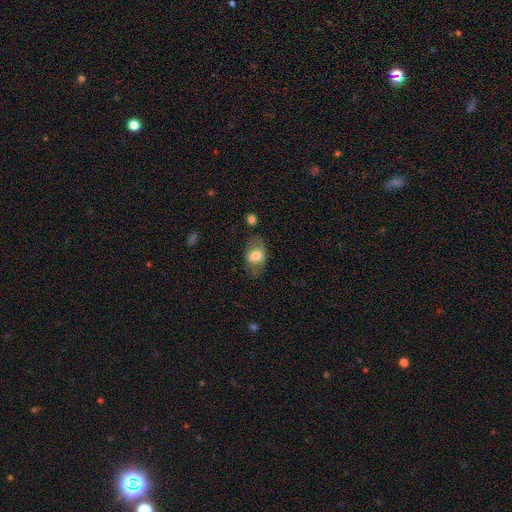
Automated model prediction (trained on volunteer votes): smooth-or-featured: smooth: 65% | featured or disk: 28% | star or artifact: 8%
  how-rounded: in between: 77% | round: 21% | cigar-shaped: 2%
  merging: none: 65% | minor disturbance: 21% | major disturbance: 11% | merger: 3%